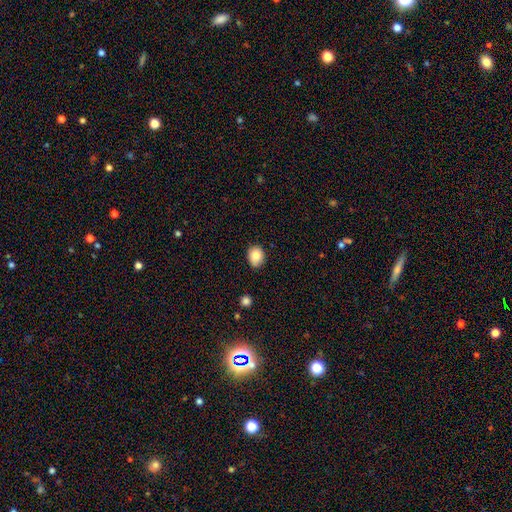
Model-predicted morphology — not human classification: A smooth galaxy with no disk features (85%) that is round (56%). Merging: none (81%).